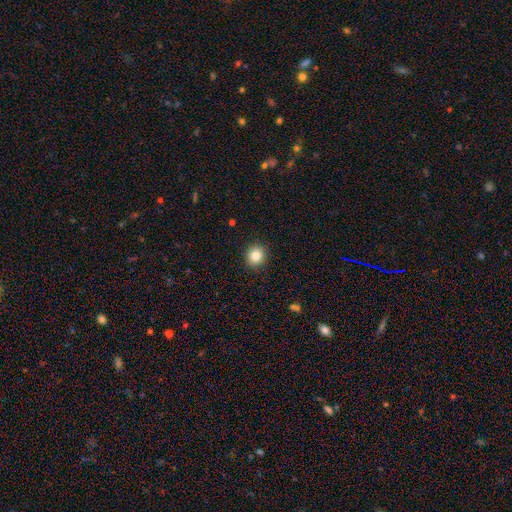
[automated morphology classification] This appears to be a smooth galaxy with no disk features (84%) that is round (84%). Merging: none (91%).